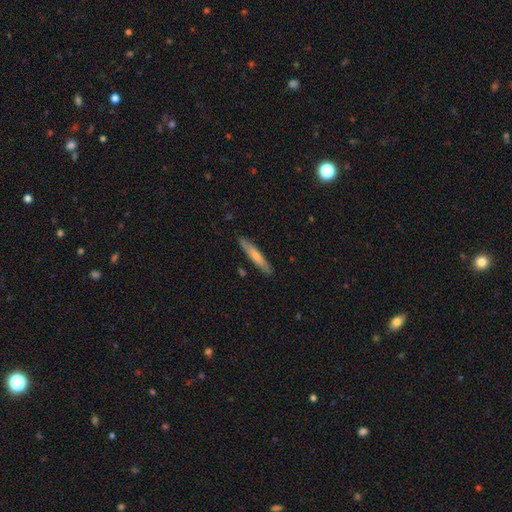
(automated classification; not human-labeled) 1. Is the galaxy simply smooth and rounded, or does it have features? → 64% smooth, 30% featured or disk, 5% star or artifact.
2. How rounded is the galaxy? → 91% cigar-shaped, 7% in between, 1% round.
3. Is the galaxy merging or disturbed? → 87% none, 10% minor disturbance, 2% merger, 2% major disturbance.